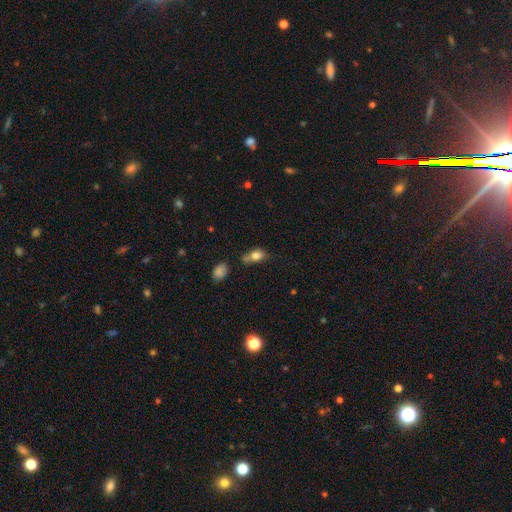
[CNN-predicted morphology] Smooth or featured: smooth — 76% (featured or disk — 14%)
How rounded: in between — 77% (round — 17%)
Merging: none — 41% (minor disturbance — 33%)